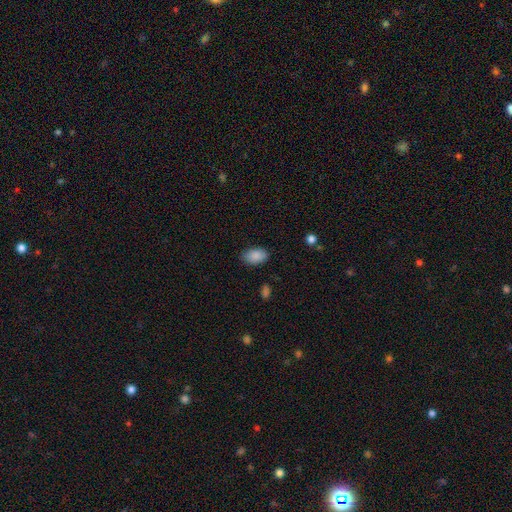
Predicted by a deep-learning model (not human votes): Smooth or featured: smooth — 89% (star or artifact — 7%)
How rounded: in between — 91% (round — 8%)
Merging: none — 84% (minor disturbance — 12%)